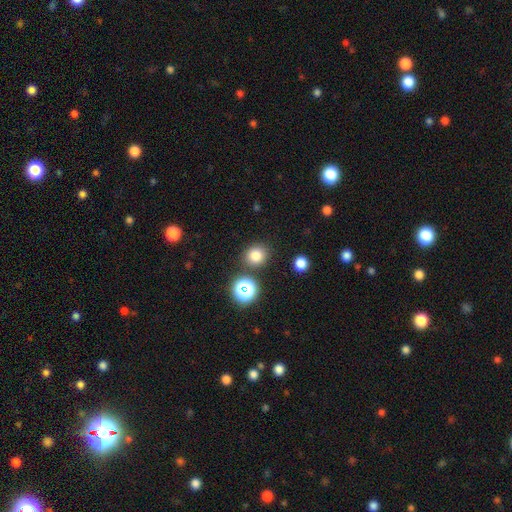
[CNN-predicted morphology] This is likely a smooth galaxy (78%). How rounded: clearly round (81%). Merging: clearly none (83%).